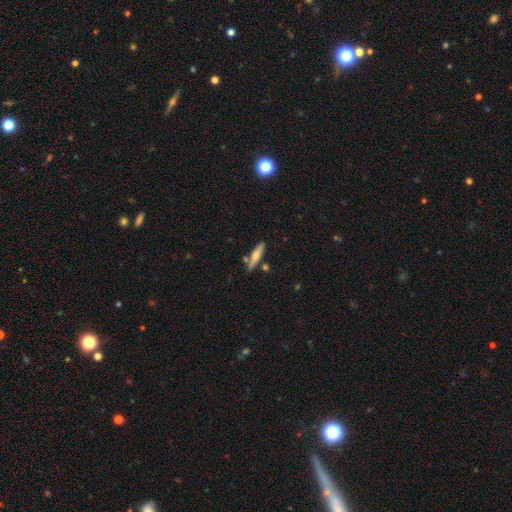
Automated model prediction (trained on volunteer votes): The model was most divided on "smooth or featured": smooth: 58%, featured or disk: 36%, star or artifact: 6%. More confident: how rounded — cigar-shaped (81%); merging — none (76%).